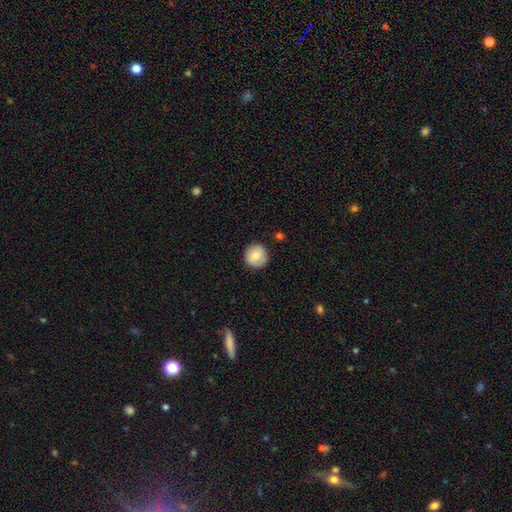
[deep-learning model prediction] Smooth or featured: smooth — 80% (featured or disk — 13%)
How rounded: round — 95% (in between — 4%)
Merging: none — 89% (minor disturbance — 8%)